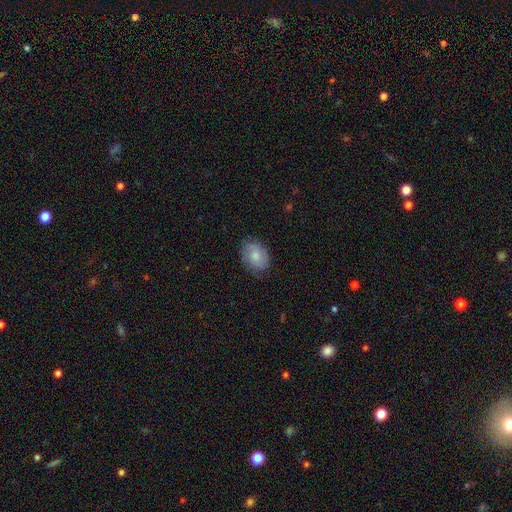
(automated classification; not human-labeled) Smooth or featured: smooth — 63% (featured or disk — 30%)
How rounded: in between — 74% (round — 25%)
Merging: none — 79% (minor disturbance — 16%)